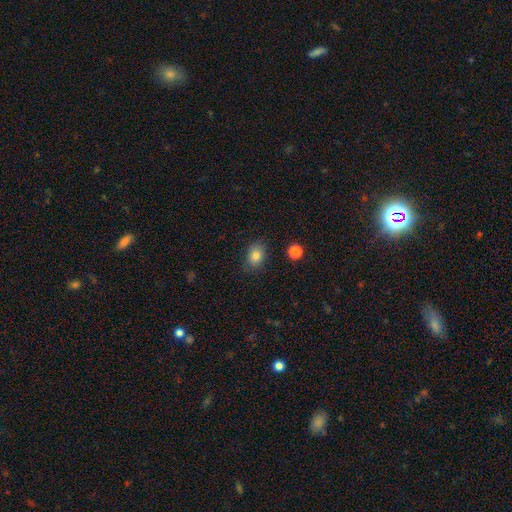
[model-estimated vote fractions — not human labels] Q: Smooth or featured?
A: smooth (82%); runner-up: star or artifact (10%)
Q: How rounded?
A: in between (64%); runner-up: round (35%)
Q: Merging?
A: none (78%); runner-up: minor disturbance (16%)